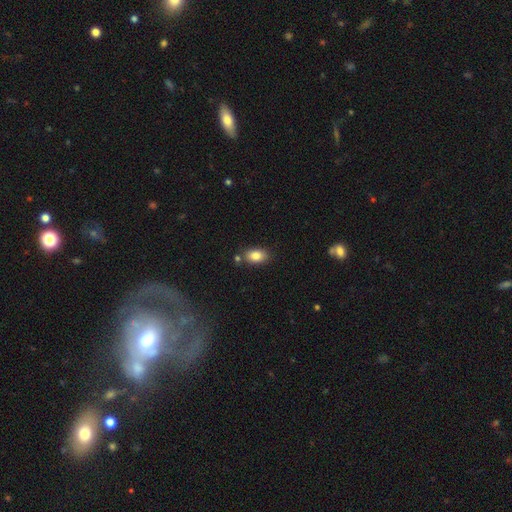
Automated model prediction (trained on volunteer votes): This is clearly a smooth galaxy (84%). How rounded: clearly in between (86%). Merging: likely none (77%).